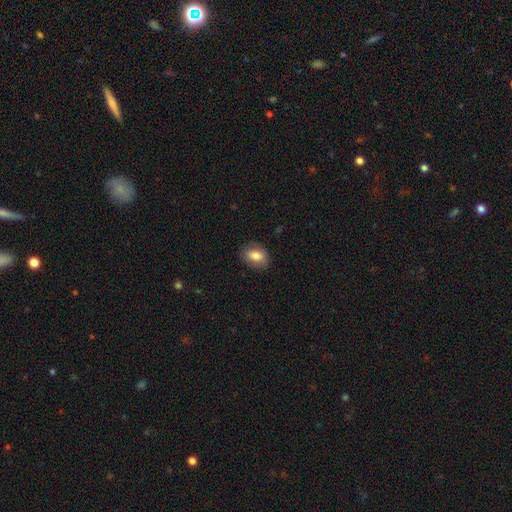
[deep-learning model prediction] Smooth or featured?
  - smooth: 78% *
  - featured or disk: 14%
  - star or artifact: 8%
How rounded?
  - in between: 77% *
  - round: 22%
  - cigar-shaped: 2%
Merging?
  - none: 82% *
  - minor disturbance: 14%
  - major disturbance: 4%
  - merger: 1%